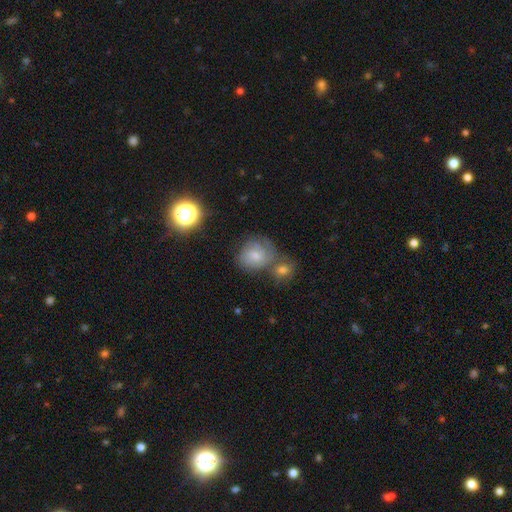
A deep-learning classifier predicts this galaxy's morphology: A featured or disk galaxy (48%).

Vote fractions:
- Smooth or featured? featured or disk: 48% / smooth: 41% / star or artifact: 12%
- Merging? none: 46% / merger: 28% / minor disturbance: 17% / major disturbance: 9%